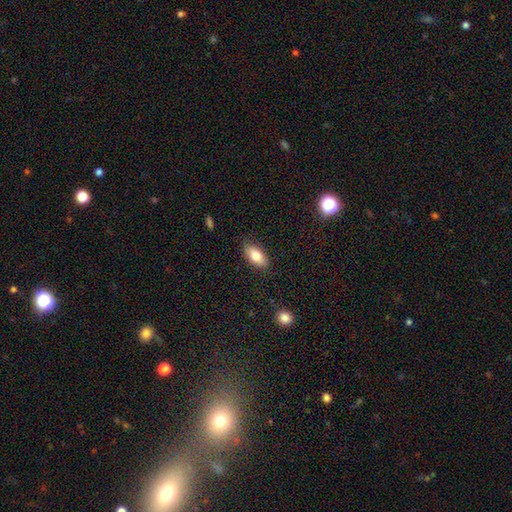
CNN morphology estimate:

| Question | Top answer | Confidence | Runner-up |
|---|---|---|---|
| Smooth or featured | smooth | 82% | featured or disk (11%) |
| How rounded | in between | 88% | cigar-shaped (9%) |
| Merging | none | 85% | minor disturbance (11%) |